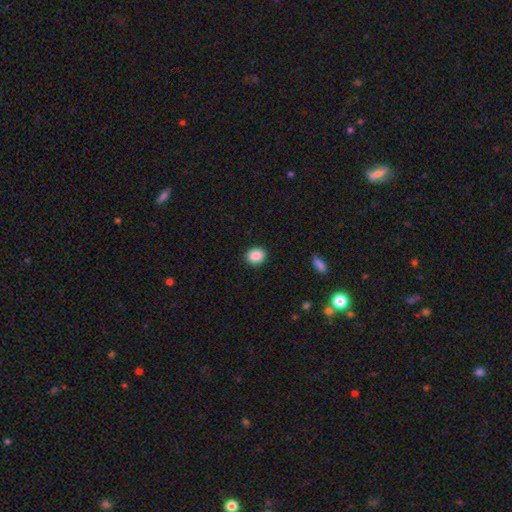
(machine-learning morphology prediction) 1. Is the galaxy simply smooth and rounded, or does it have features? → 88% smooth, 9% star or artifact, 3% featured or disk.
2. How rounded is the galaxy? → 66% round, 33% in between, 1% cigar-shaped.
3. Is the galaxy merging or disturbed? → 89% none, 8% minor disturbance, 2% major disturbance, 1% merger.